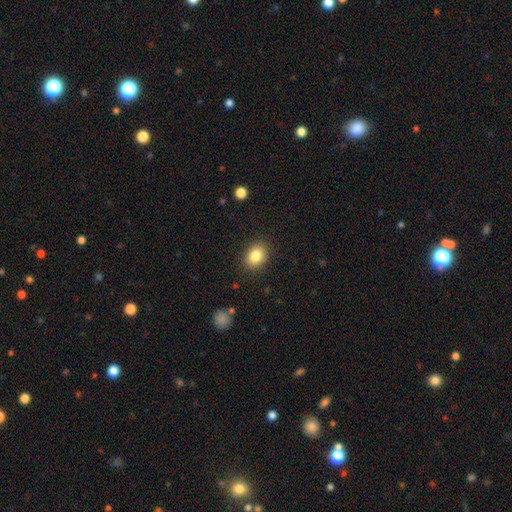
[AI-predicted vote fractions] smooth_or_featured: smooth (p=0.84) [alt: star or artifact p=0.09]
how_rounded: in between (p=0.67) [alt: round p=0.32]
merging: none (p=0.87) [alt: minor disturbance p=0.09]